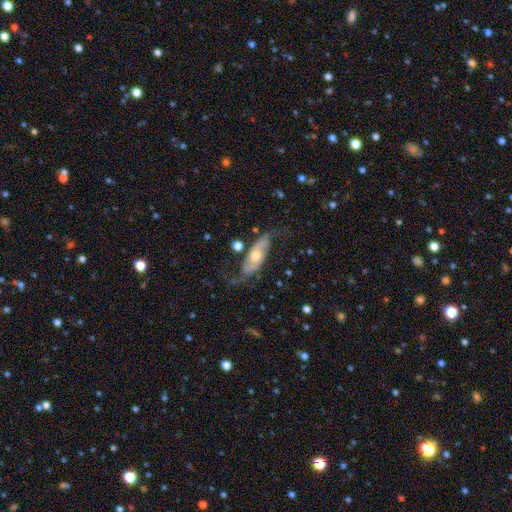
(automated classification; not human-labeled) This appears to be a featured or disk galaxy (78%) with no bar (62%), 2 (90%) loose (58%) spiral arms (91%) and a moderate central bulge (67%). Merging: none (64%).